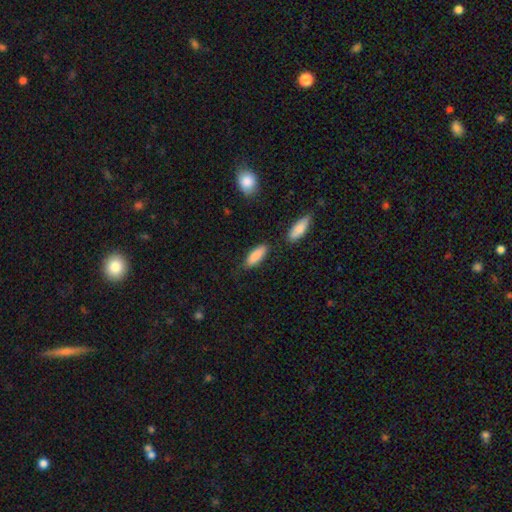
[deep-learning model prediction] This is clearly a smooth galaxy (87%). How rounded: likely in between (66%). Merging: likely none (77%).